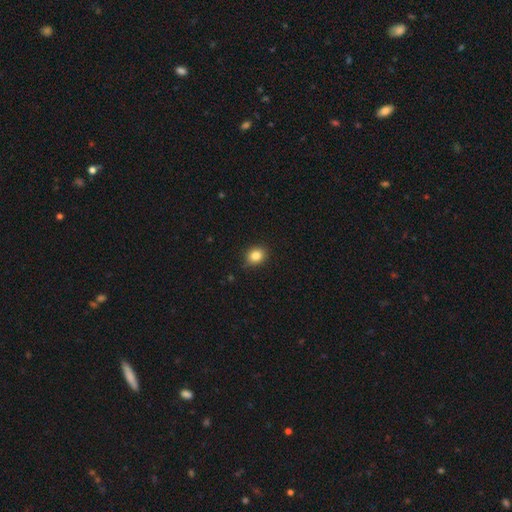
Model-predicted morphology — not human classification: Smooth or featured?
  - smooth: 84% *
  - star or artifact: 10%
  - featured or disk: 6%
How rounded?
  - round: 62% *
  - in between: 37%
  - cigar-shaped: 1%
Merging?
  - none: 84% *
  - minor disturbance: 13%
  - major disturbance: 2%
  - merger: 1%